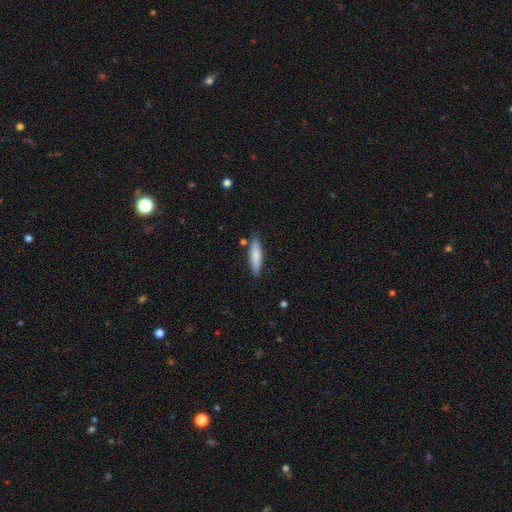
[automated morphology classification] Smooth or featured? Predicted: smooth (p=0.79). How rounded? Predicted: cigar-shaped (p=0.74). Merging? Predicted: none (p=0.84).